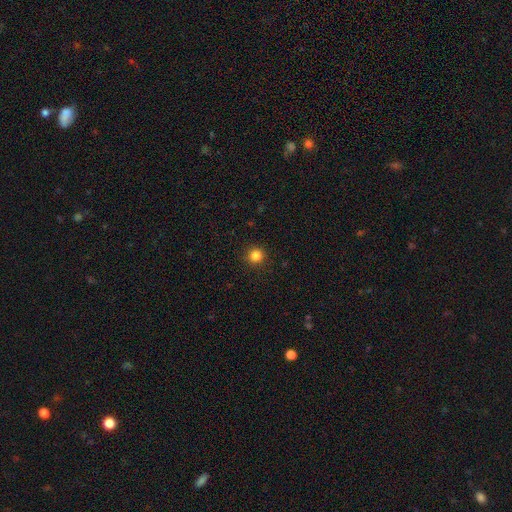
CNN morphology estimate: Smooth or featured?
  - smooth: 84% *
  - star or artifact: 13%
  - featured or disk: 4%
How rounded?
  - round: 94% *
  - in between: 5%
  - cigar-shaped: 1%
Merging?
  - none: 92% *
  - minor disturbance: 5%
  - major disturbance: 2%
  - merger: 1%